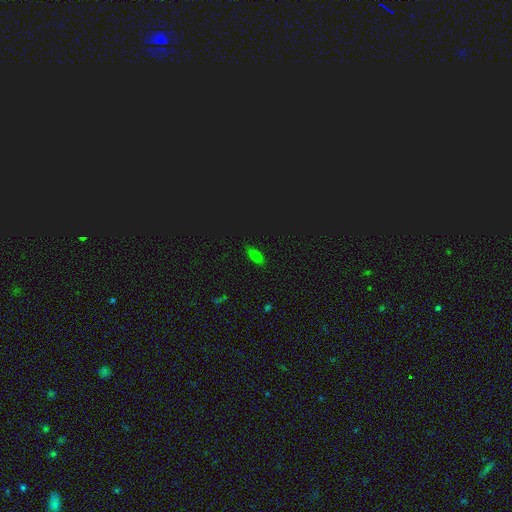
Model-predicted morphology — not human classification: This appears to be a smooth galaxy with no disk features (66%) that is in between round and cigar-shaped (80%). Merging: none (85%).